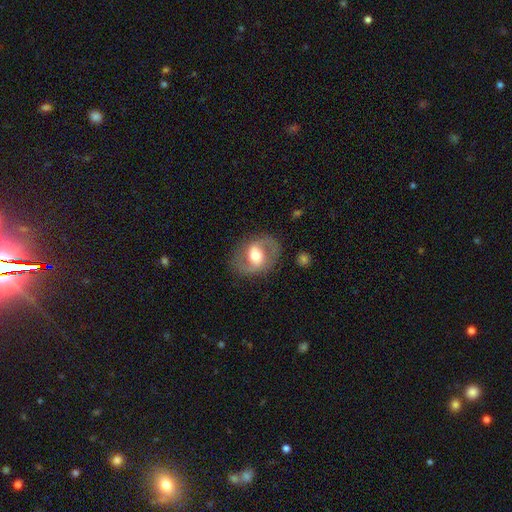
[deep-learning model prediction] This appears to be a featured or disk galaxy (70%) with a weak bar (43%), 2 (88%) medium (51%) spiral arms (79%) and a moderate central bulge (67%). Merging: none (79%).